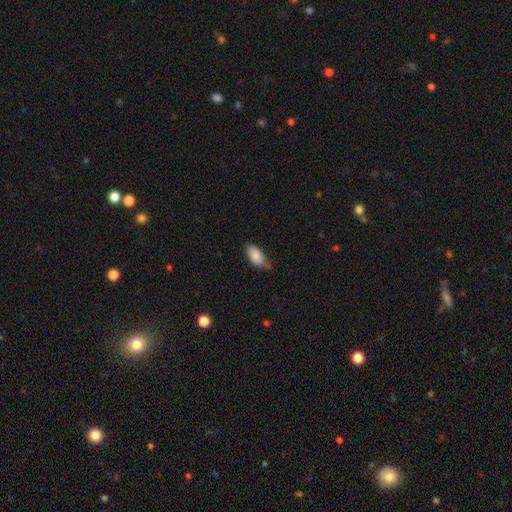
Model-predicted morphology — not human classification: This is clearly a smooth galaxy (85%). How rounded: clearly in between (92%). Merging: possibly none (57%).